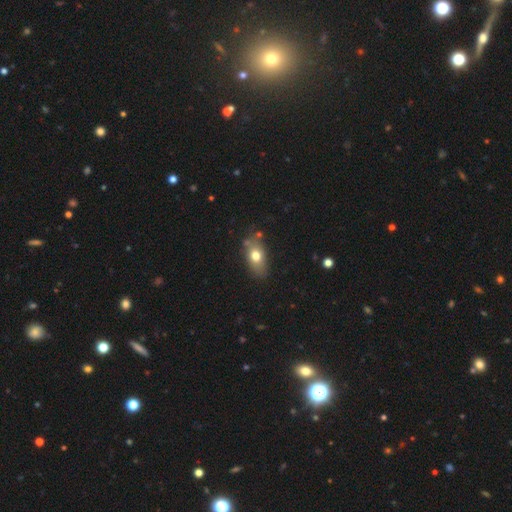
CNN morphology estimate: Overall: smooth (71%). How rounded: in between (82%). Merging: none (72%).